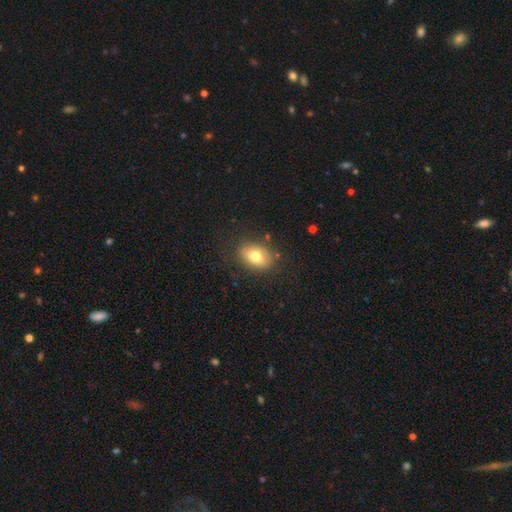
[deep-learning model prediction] The model was most divided on "smooth or featured": smooth: 73%, featured or disk: 18%, star or artifact: 9%. More confident: how rounded — in between (80%); merging — none (80%).